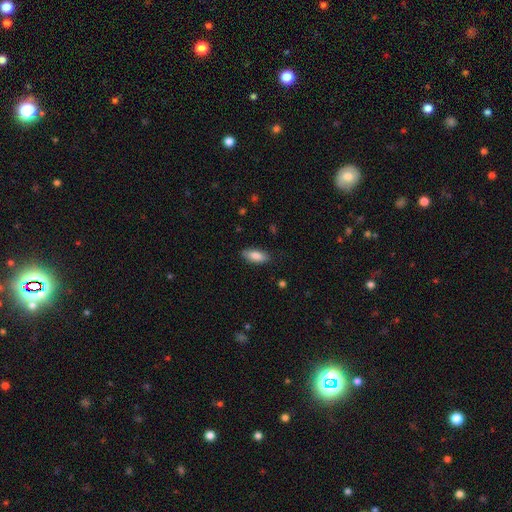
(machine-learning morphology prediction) This appears to be a smooth galaxy with no disk features (85%) that is in between round and cigar-shaped (81%). Merging: none (85%).